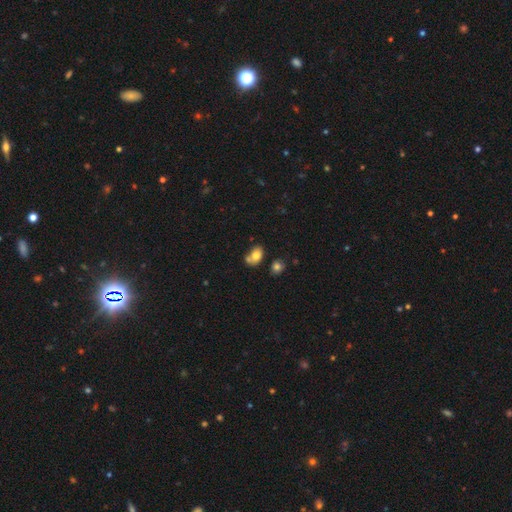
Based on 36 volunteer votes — smooth-or-featured: smooth: 81% | featured or disk: 19% | star or artifact: 0%
  how-rounded: in between: 72% | round: 28% | cigar-shaped: 0%
  merging: merger: 39% | none: 33% | minor disturbance: 17% | major disturbance: 11%